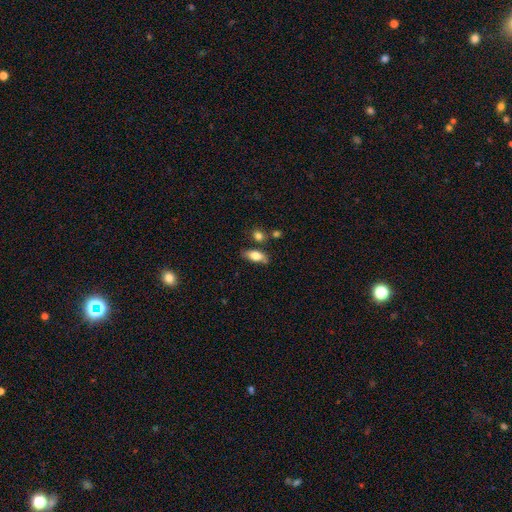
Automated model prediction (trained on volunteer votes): Smooth or featured? Predicted: smooth (p=0.74). How rounded? Predicted: in between (p=0.83). Merging? Predicted: none (p=0.70).